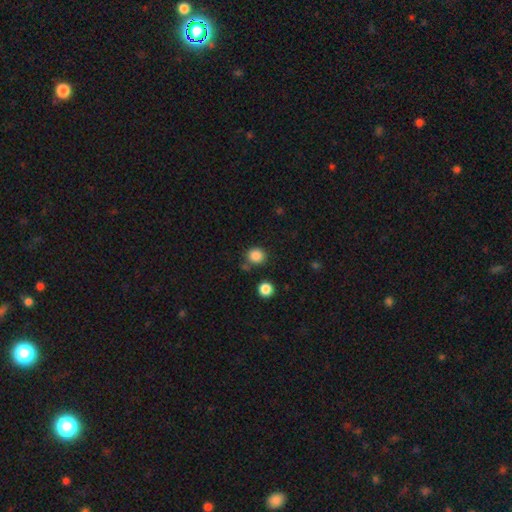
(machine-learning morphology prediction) smooth 86%, star or artifact 11%, featured or disk 3%. Down the decision tree: how rounded — round (88%); merging — none (81%).